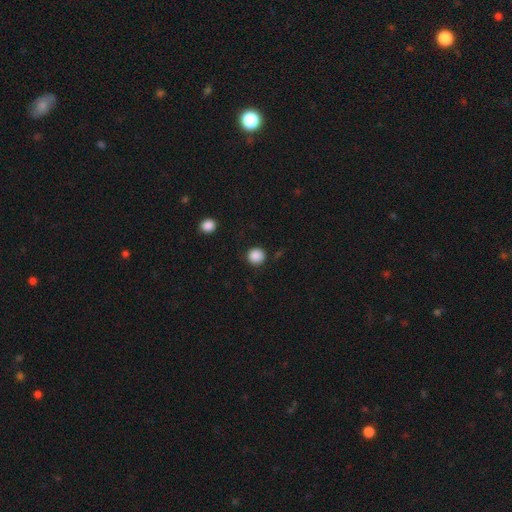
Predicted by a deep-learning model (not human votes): A smooth galaxy with no disk features (88%) that is round (93%). Merging: none (89%).